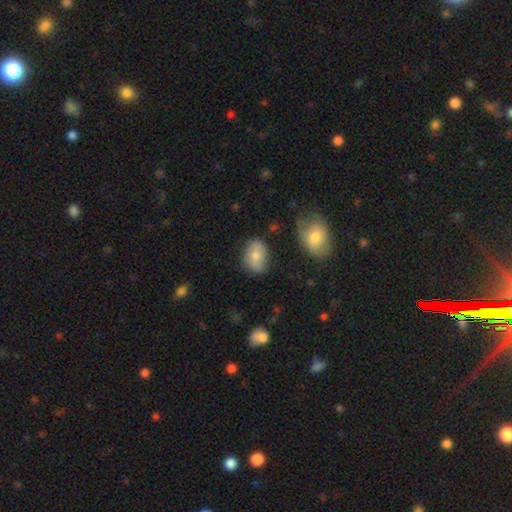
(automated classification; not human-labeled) A smooth galaxy with no disk features (74%) that is in between round and cigar-shaped (78%).

Vote fractions:
- Smooth or featured? smooth: 74% / featured or disk: 18% / star or artifact: 7%
- How rounded? in between: 78% / round: 21% / cigar-shaped: 1%
- Merging? none: 73% / minor disturbance: 19% / major disturbance: 4% / merger: 3%